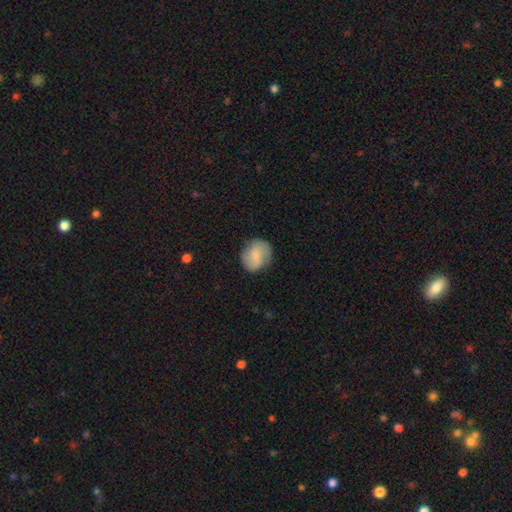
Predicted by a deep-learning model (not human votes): This is likely a smooth galaxy (65%). How rounded: likely round (67%). Merging: likely none (76%).